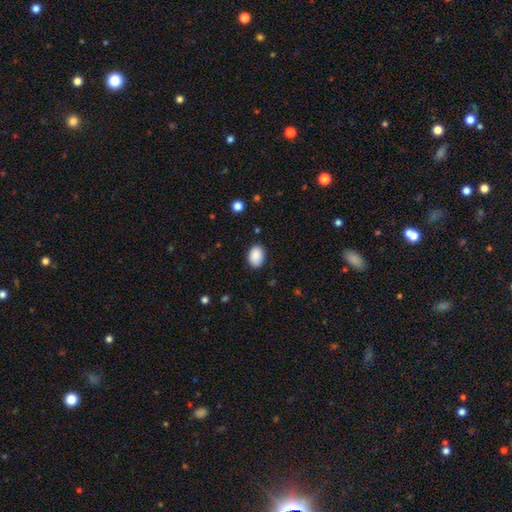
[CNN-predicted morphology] Overall: smooth (90%). How rounded: in between (81%). Merging: none (86%).